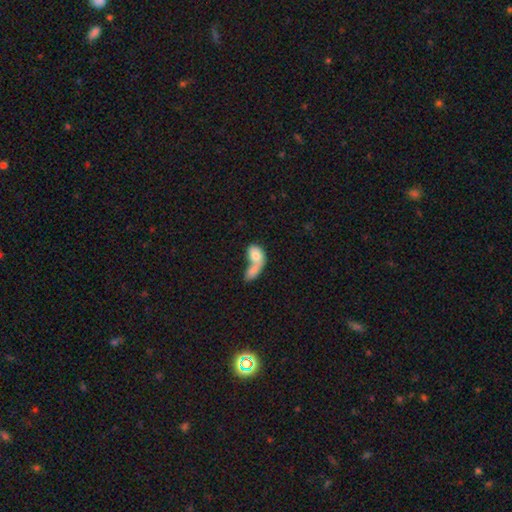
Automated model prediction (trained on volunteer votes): The model was most divided on "smooth or featured": smooth: 74%, featured or disk: 20%, star or artifact: 6%. More confident: how rounded — in between (80%); merging — merger (73%).